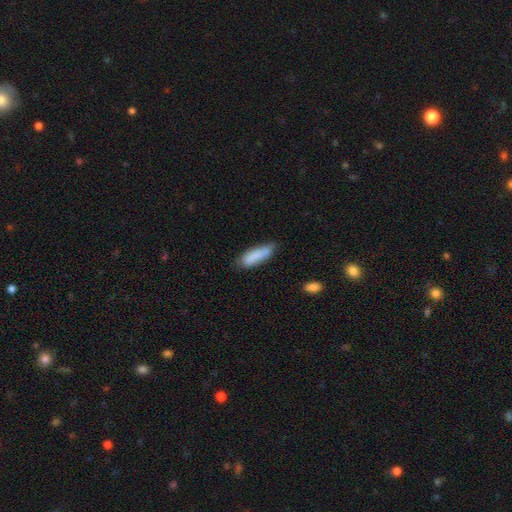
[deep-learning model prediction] Smooth or featured?
  - smooth: 82% *
  - featured or disk: 11%
  - star or artifact: 7%
How rounded?
  - cigar-shaped: 54% *
  - in between: 45%
  - round: 2%
Merging?
  - none: 63% *
  - minor disturbance: 27%
  - major disturbance: 6%
  - merger: 4%